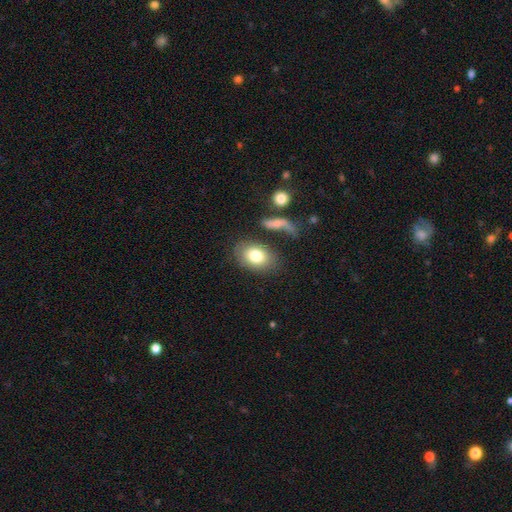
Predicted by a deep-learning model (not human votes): Smooth or featured? Predicted: smooth (p=0.78). How rounded? Predicted: in between (p=0.78). Merging? Predicted: none (p=0.69).